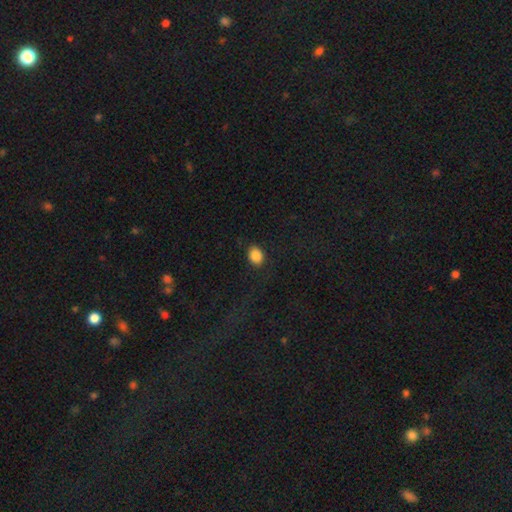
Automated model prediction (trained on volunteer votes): A smooth galaxy with no disk features (86%) that is in between round and cigar-shaped (59%). Merging: none (86%).